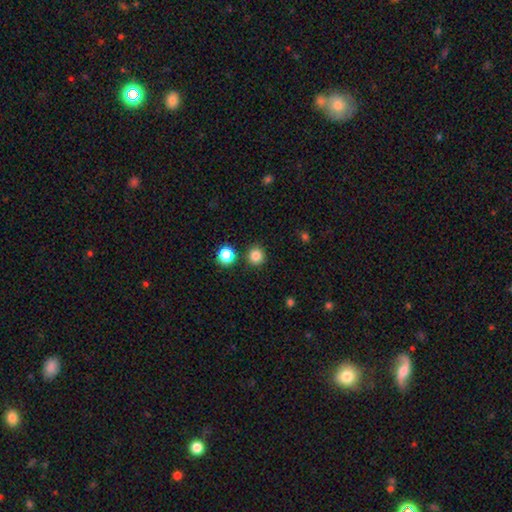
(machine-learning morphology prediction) Q: Smooth or featured?
A: smooth (83%); runner-up: star or artifact (13%)
Q: How rounded?
A: round (92%); runner-up: in between (7%)
Q: Merging?
A: none (88%); runner-up: minor disturbance (6%)